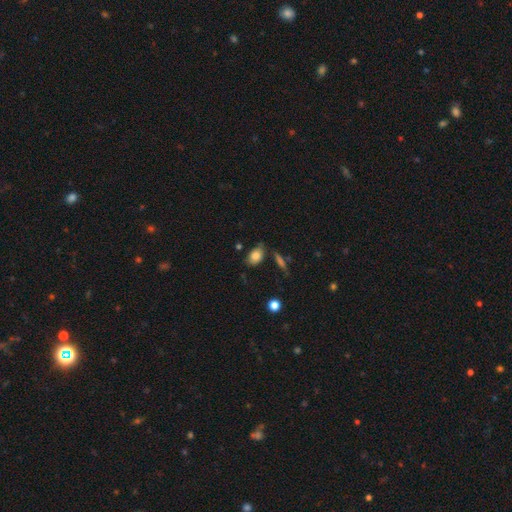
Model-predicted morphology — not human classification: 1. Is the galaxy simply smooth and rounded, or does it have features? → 80% smooth, 11% featured or disk, 9% star or artifact.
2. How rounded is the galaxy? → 83% in between, 14% round, 3% cigar-shaped.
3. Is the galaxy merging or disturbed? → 68% none, 22% minor disturbance, 5% merger, 5% major disturbance.